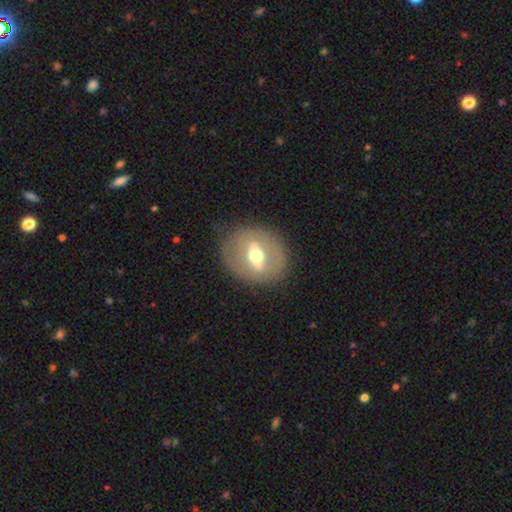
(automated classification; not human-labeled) A featured or disk galaxy (62%). Merging: none (83%).